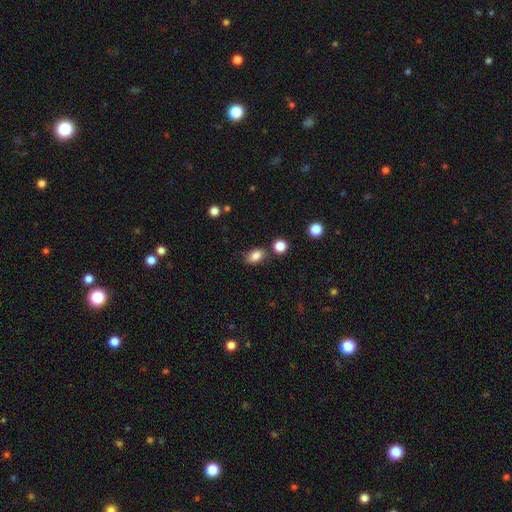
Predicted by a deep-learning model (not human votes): This appears to be a smooth galaxy with no disk features (84%) that is in between round and cigar-shaped (82%). Merging: none (73%).